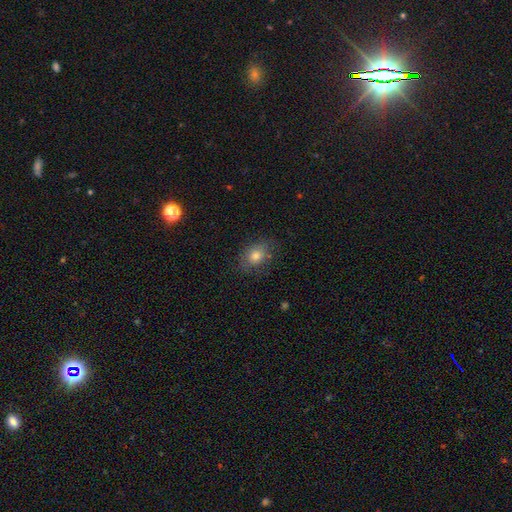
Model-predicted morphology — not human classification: A smooth galaxy with no disk features (76%) that is in between round and cigar-shaped (61%).

Vote fractions:
- Smooth or featured? smooth: 76% / star or artifact: 13% / featured or disk: 12%
- How rounded? in between: 61% / round: 38% / cigar-shaped: 1%
- Merging? none: 79% / minor disturbance: 16% / major disturbance: 4% / merger: 1%